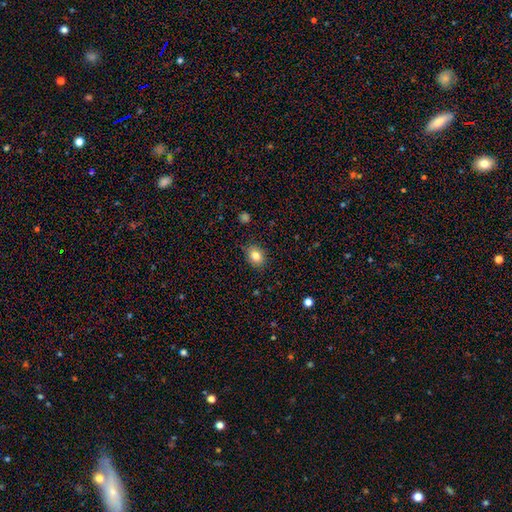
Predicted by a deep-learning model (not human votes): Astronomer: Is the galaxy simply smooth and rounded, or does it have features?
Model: smooth — 83%.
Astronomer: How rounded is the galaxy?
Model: in between — 56% (runner-up: round, 43%).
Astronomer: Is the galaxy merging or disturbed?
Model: none — 86%.